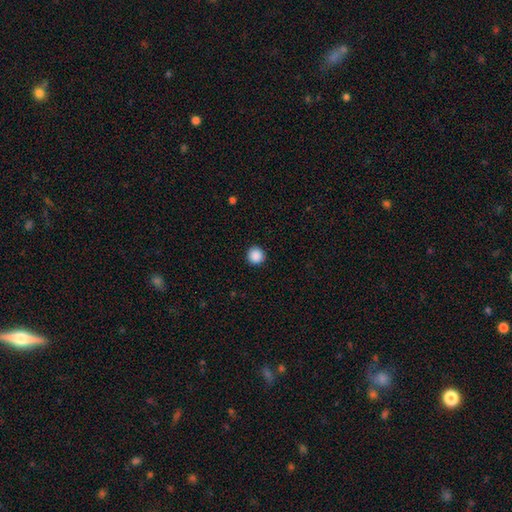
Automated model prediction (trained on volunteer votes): Smooth or featured: smooth — 88% (star or artifact — 9%)
How rounded: round — 96% (in between — 3%)
Merging: none — 93% (minor disturbance — 5%)